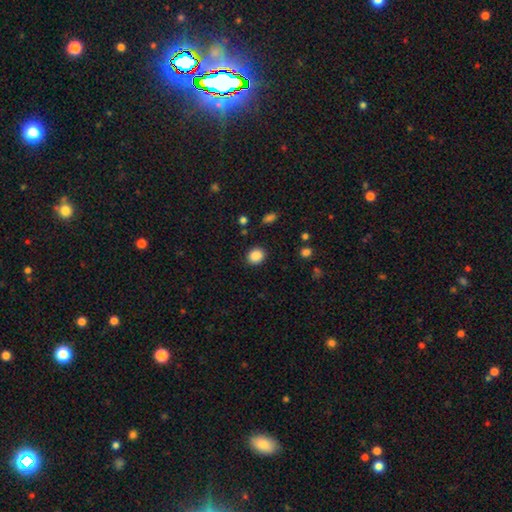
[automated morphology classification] Overall: smooth (88%). How rounded: round (73%). Merging: none (88%).